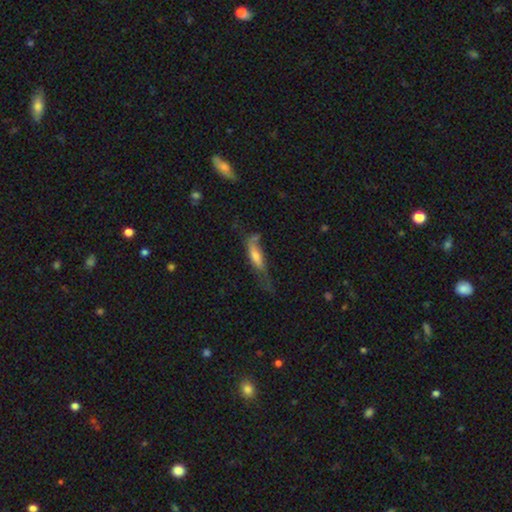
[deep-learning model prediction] This is possibly a smooth galaxy (54%). How rounded: possibly cigar-shaped (58%). Merging: marginally none (34%).